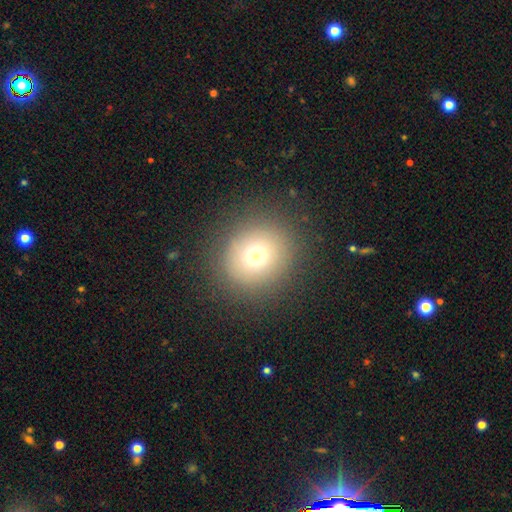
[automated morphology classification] Smooth or featured? Predicted: smooth (p=0.73). How rounded? Predicted: round (p=0.84). Merging? Predicted: none (p=0.87).